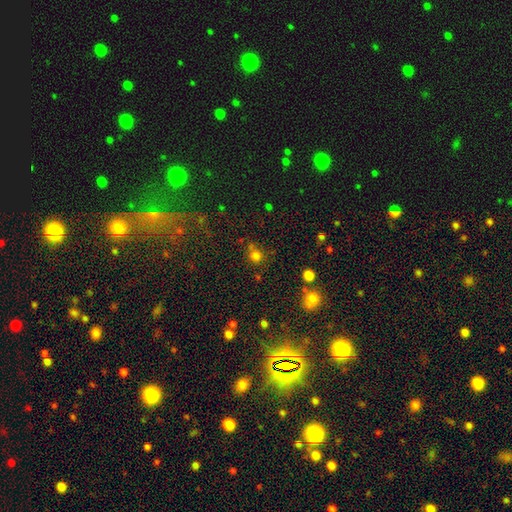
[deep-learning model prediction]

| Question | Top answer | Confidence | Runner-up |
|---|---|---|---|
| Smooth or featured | smooth | 73% | star or artifact (20%) |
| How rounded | round | 87% | in between (12%) |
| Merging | none | 67% | merger (15%) |